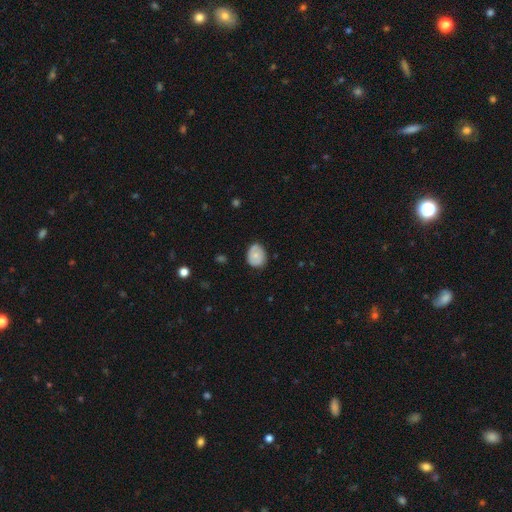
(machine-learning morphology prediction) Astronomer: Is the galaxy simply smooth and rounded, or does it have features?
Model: smooth — 66%.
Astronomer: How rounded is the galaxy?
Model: round — 53% (runner-up: in between, 46%).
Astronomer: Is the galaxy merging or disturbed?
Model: none — 70%.